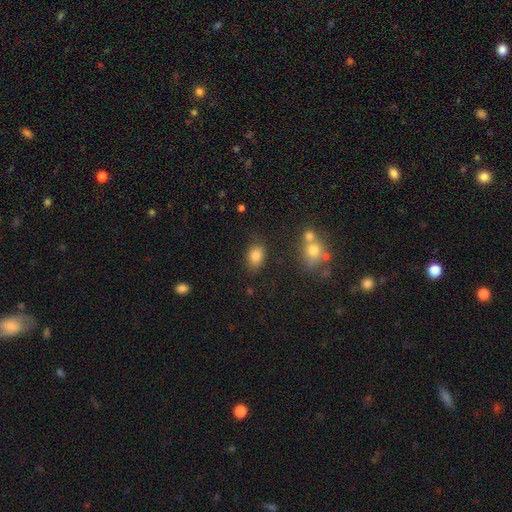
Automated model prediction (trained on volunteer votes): Overall: smooth (82%). How rounded: in between (75%). Merging: none (77%).